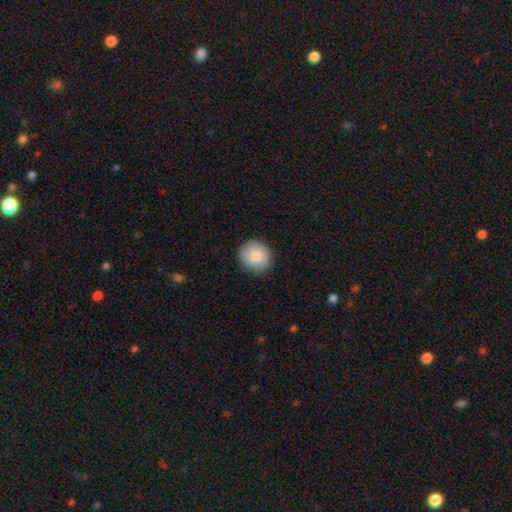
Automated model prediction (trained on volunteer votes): Smooth or featured? smooth (84%)
How rounded? round (88%)
Merging? none (87%)